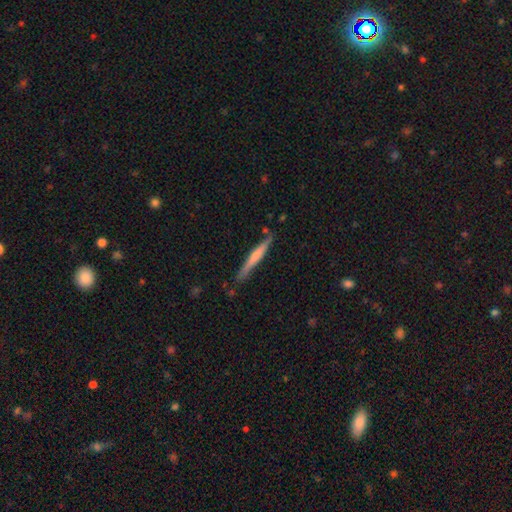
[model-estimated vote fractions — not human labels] smooth 55%, featured or disk 40%, star or artifact 5%. Down the decision tree: how rounded — cigar-shaped (96%); merging — none (78%).